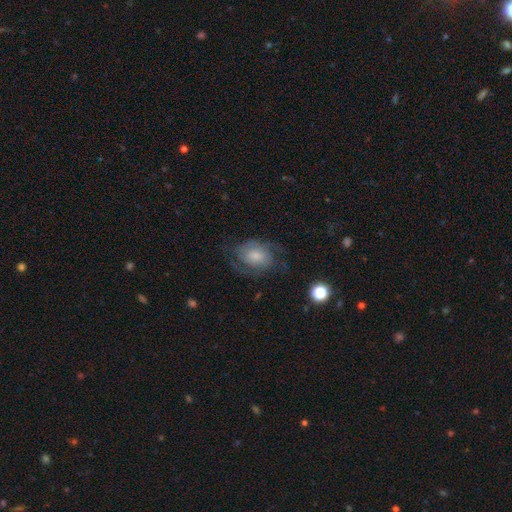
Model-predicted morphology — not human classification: Smooth or featured? Predicted: featured or disk (p=0.67). Edge-on disk? Predicted: no (p=0.97). Bar? Predicted: no (p=0.71). Spiral arms? Predicted: yes (p=0.88). Spiral winding? Predicted: medium (p=0.45). Spiral arm count? Predicted: 2 (p=0.66). Bulge size? Predicted: small (p=0.41). Merging? Predicted: none (p=0.61).